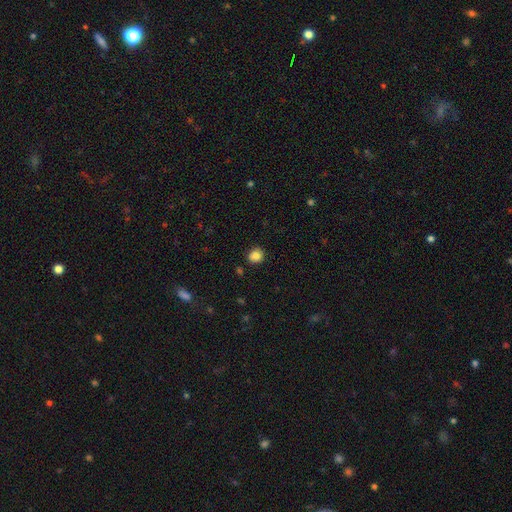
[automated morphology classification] Smooth or featured? Predicted: smooth (p=0.84). How rounded? Predicted: round (p=0.80). Merging? Predicted: none (p=0.87).